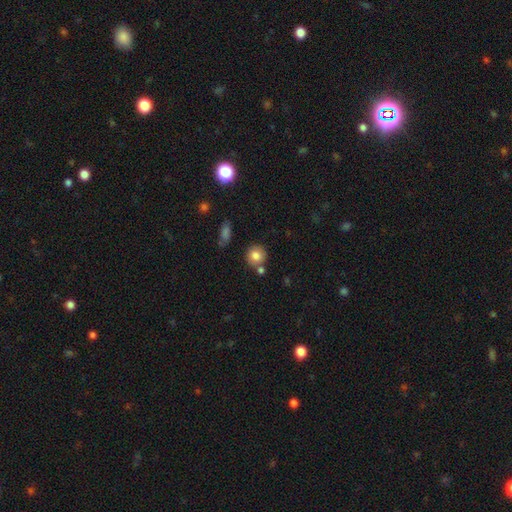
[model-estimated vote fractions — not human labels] Smooth or featured? smooth (82%)
How rounded? round (87%)
Merging? none (71%)